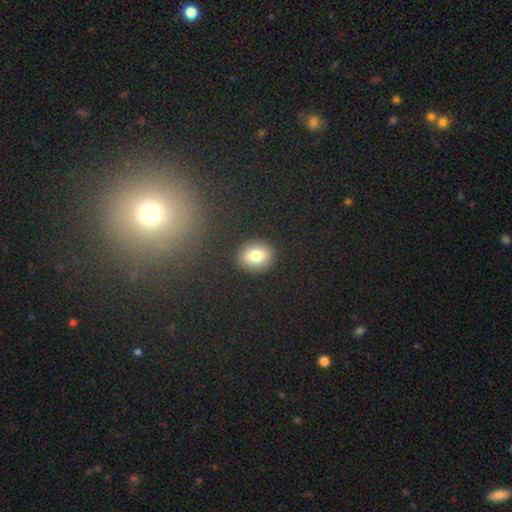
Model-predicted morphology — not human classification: Smooth or featured? Predicted: smooth (p=0.78). How rounded? Predicted: round (p=0.55). Merging? Predicted: none (p=0.89).